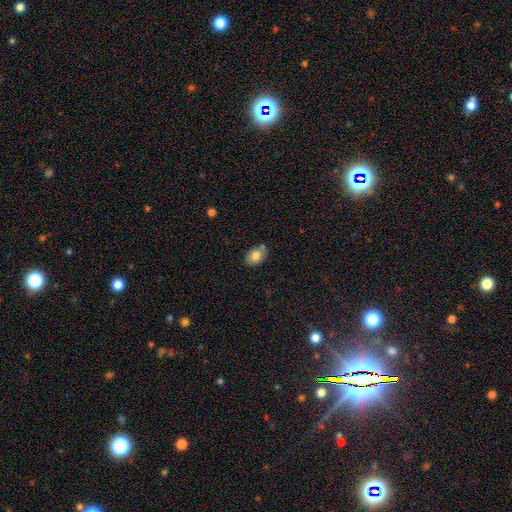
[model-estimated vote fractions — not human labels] This is likely a smooth galaxy (78%). How rounded: clearly in between (80%). Merging: likely none (70%).